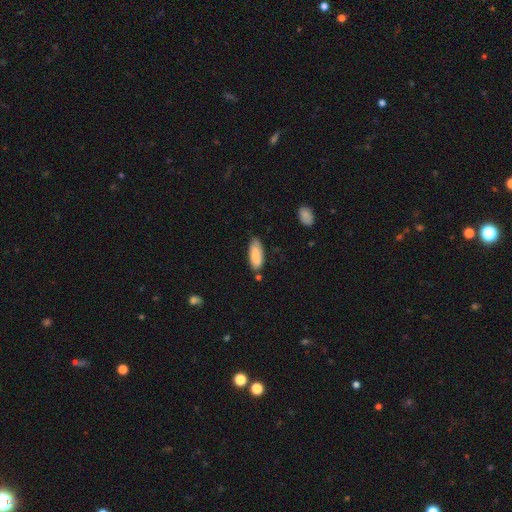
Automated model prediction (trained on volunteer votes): A smooth galaxy with no disk features (78%) that is in between round and cigar-shaped (75%).

Vote fractions:
- Smooth or featured? smooth: 78% / featured or disk: 16% / star or artifact: 6%
- How rounded? in between: 75% / cigar-shaped: 23% / round: 2%
- Merging? none: 70% / minor disturbance: 21% / merger: 5% / major disturbance: 4%